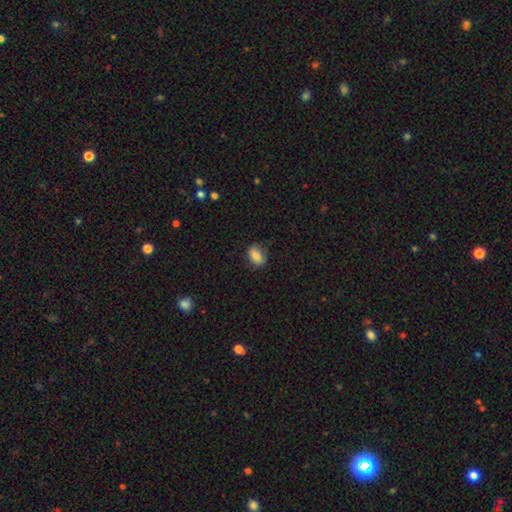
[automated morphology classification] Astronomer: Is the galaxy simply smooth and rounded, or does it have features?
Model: smooth — 82%.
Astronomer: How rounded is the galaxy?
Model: in between — 80%.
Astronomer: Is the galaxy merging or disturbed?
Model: none — 78%.